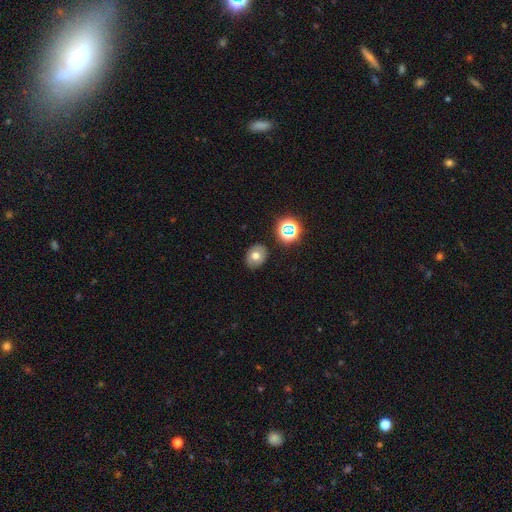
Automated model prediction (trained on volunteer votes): The model was most divided on "how rounded": in between: 50%, round: 49%, cigar-shaped: 1%. More confident: merging — none (85%); smooth or featured — smooth (63%).